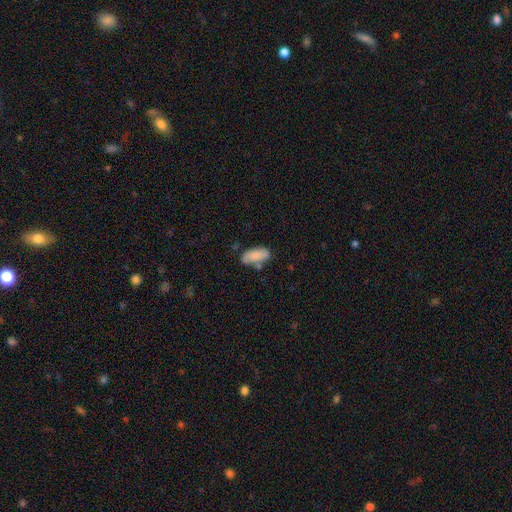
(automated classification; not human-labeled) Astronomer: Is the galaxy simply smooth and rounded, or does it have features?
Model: smooth — 82%.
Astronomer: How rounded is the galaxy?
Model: in between — 85%.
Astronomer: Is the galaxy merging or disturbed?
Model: none — 60%.